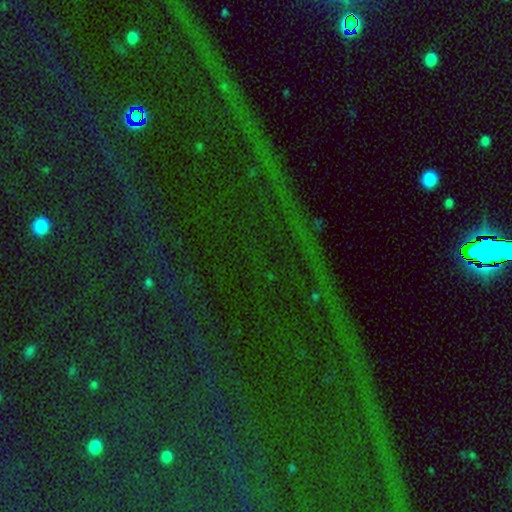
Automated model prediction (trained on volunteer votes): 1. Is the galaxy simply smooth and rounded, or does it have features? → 81% star or artifact, 10% smooth, 9% featured or disk.